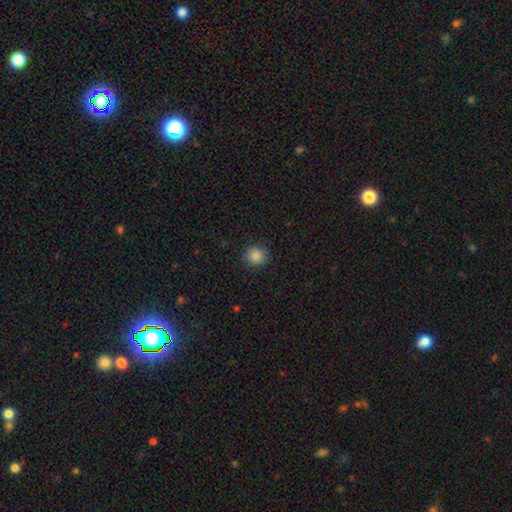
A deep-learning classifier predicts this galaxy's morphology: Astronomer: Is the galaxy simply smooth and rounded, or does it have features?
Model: smooth — 87%.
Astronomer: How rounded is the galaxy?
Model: round — 91%.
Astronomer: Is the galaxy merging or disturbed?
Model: none — 90%.